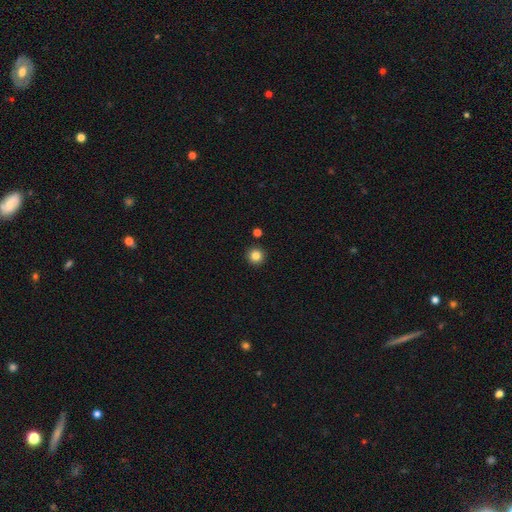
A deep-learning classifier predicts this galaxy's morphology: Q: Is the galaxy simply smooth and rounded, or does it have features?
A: smooth — 84%.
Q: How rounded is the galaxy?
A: round — 96%.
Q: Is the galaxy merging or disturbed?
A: none — 91%.